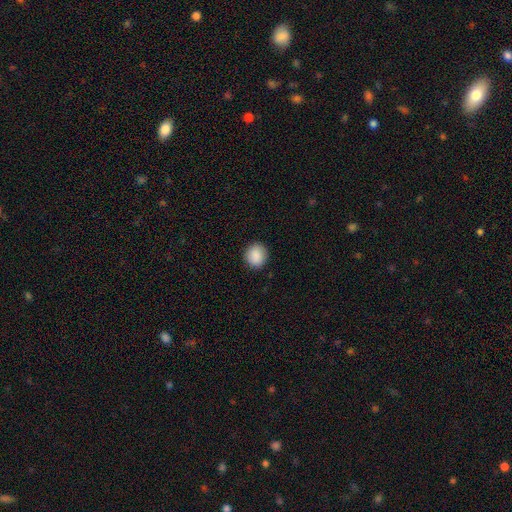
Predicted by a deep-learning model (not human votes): This is clearly a smooth galaxy (89%). How rounded: likely round (80%). Merging: clearly none (89%).